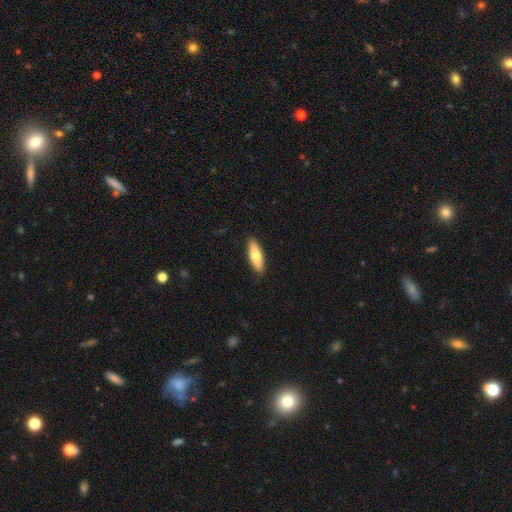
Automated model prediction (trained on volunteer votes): Smooth or featured: smooth — 72% (featured or disk — 22%)
How rounded: cigar-shaped — 50% (in between — 48%)
Merging: none — 89% (minor disturbance — 8%)